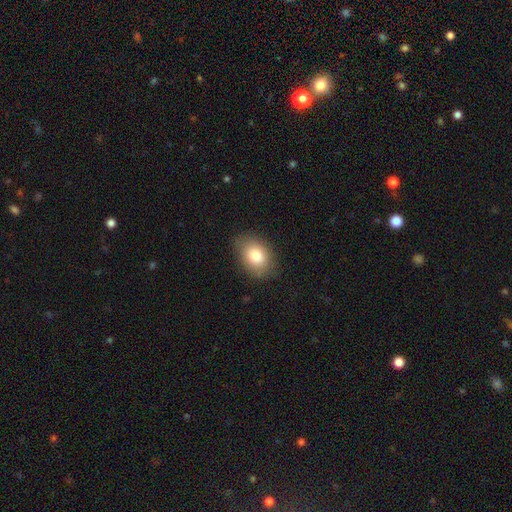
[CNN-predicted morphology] smooth_or_featured: smooth (p=0.83) [alt: featured or disk p=0.10]
how_rounded: in between (p=0.78) [alt: round p=0.20]
merging: none (p=0.83) [alt: minor disturbance p=0.13]